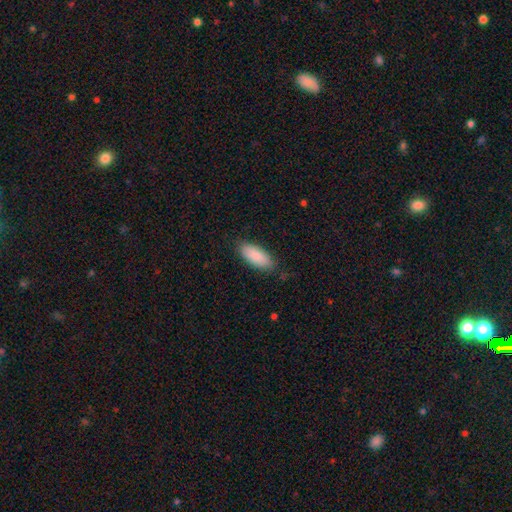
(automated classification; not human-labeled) Smooth or featured? Predicted: smooth (p=0.89). How rounded? Predicted: in between (p=0.81). Merging? Predicted: none (p=0.84).